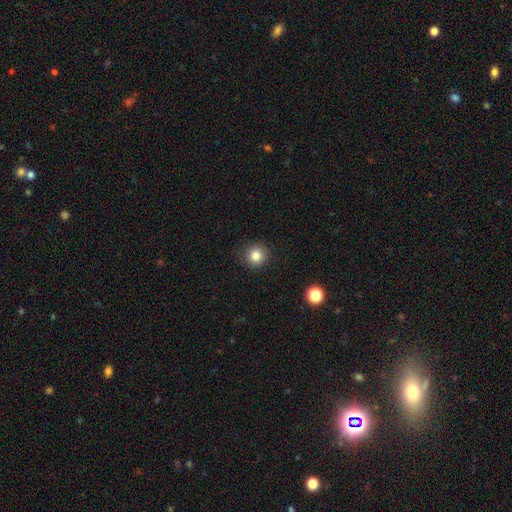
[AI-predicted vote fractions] smooth 82%, star or artifact 11%, featured or disk 7%. Down the decision tree: how rounded — round (94%); merging — none (91%).